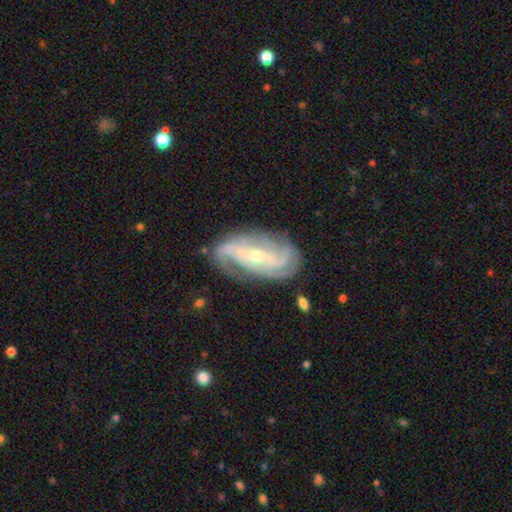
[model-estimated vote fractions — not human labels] A featured or disk galaxy (89%) with a strong bar (40%), 3 (32%) tight (46%) spiral arms (97%) and a small central bulge (53%).

Vote fractions:
- Smooth or featured? featured or disk: 89% / smooth: 6% / star or artifact: 5%
- Edge-on disk? no: 95% / yes: 5%
- Bar? strong: 40% / weak: 39% / no: 21%
- Spiral arms? yes: 97% / no: 3%
- Spiral winding? tight: 46% / medium: 40% / loose: 14%
- Spiral arm count? 3: 32% / 2: 29% / can't tell: 17% / 4: 12% / more than 4: 5% / 1: 5%
- Bulge size? small: 53% / moderate: 43% / large: 2% / none: 1% / dominant: 1%
- Merging? none: 76% / minor disturbance: 17% / major disturbance: 6% / merger: 2%